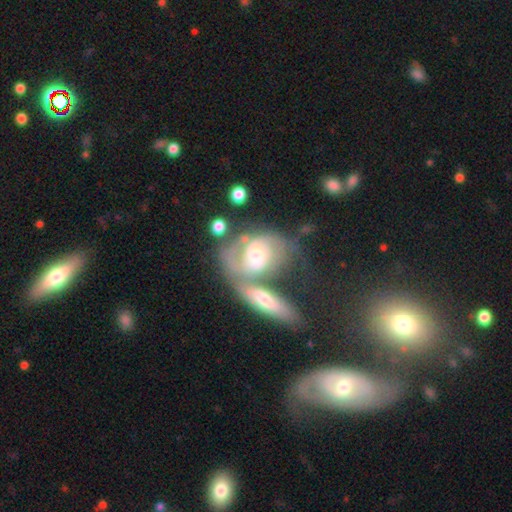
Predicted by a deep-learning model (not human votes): This appears to be a featured or disk galaxy (76%) with no bar (56%), 2 (52%) tight (52%) spiral arms (87%) and a moderate central bulge (51%). Merging: merger (47%).